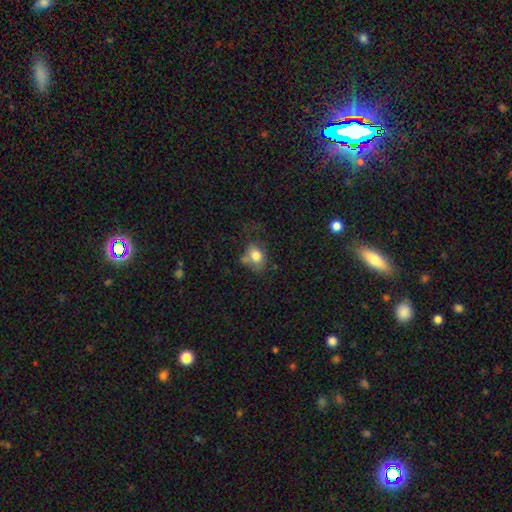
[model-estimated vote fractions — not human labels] Morphology: type=smooth (78%); roundness=in between (60%); merging=none (44%).